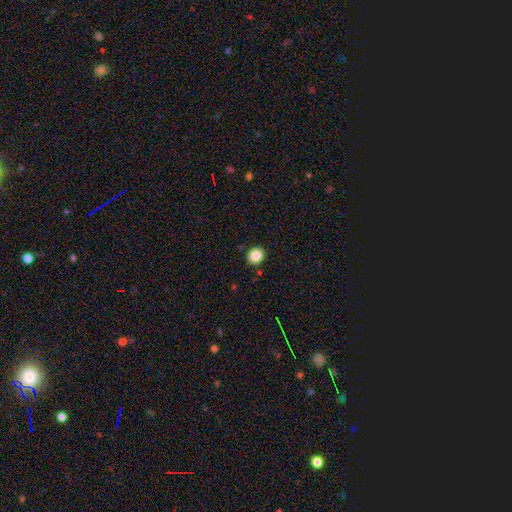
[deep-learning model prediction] Q: Smooth or featured?
A: smooth (86%); runner-up: star or artifact (9%)
Q: How rounded?
A: round (74%); runner-up: in between (25%)
Q: Merging?
A: none (90%); runner-up: minor disturbance (7%)